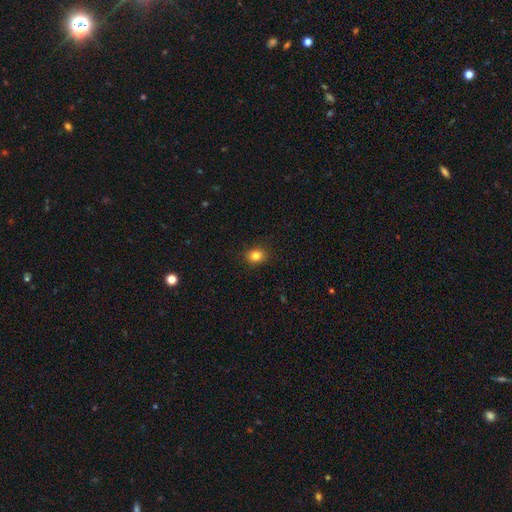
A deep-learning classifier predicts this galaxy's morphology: A smooth galaxy with no disk features (83%) that is round (64%).

Vote fractions:
- Smooth or featured? smooth: 83% / star or artifact: 12% / featured or disk: 6%
- How rounded? round: 64% / in between: 35% / cigar-shaped: 1%
- Merging? none: 90% / minor disturbance: 7% / major disturbance: 2% / merger: 1%